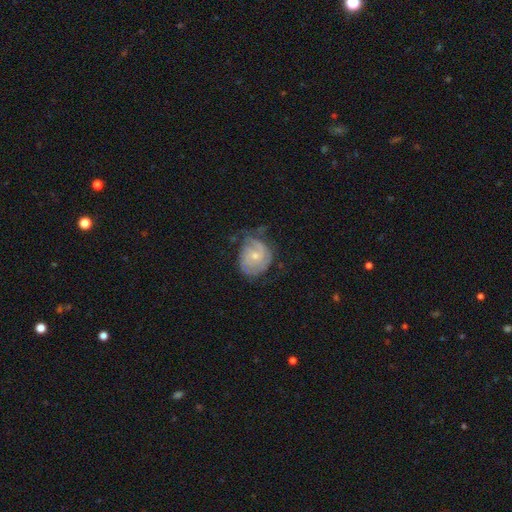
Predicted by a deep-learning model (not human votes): Overall: featured or disk (77%). Edge-on disk: no (98%). Bar: no (68%; weak 28%). Spiral arms: yes (92%). Spiral arm count: 2 (40%; can't tell 28%). Spiral winding: tight (56%; medium 33%). Bulge size: small (60%; moderate 36%). Merging: none (50%; minor disturbance 31%).